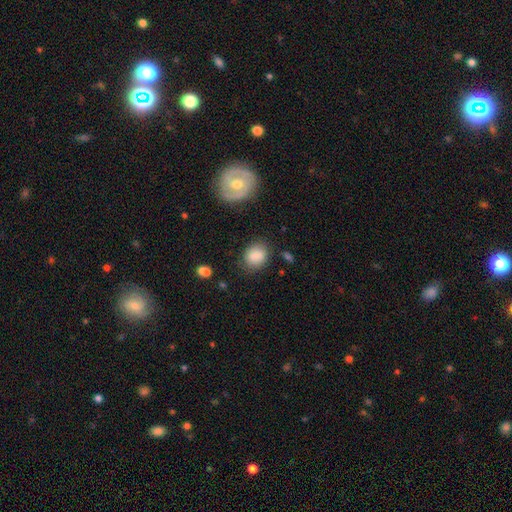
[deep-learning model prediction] smooth_or_featured: smooth (p=0.83) [alt: star or artifact p=0.09]
how_rounded: in between (p=0.51) [alt: round p=0.48]
merging: none (p=0.74) [alt: minor disturbance p=0.17]